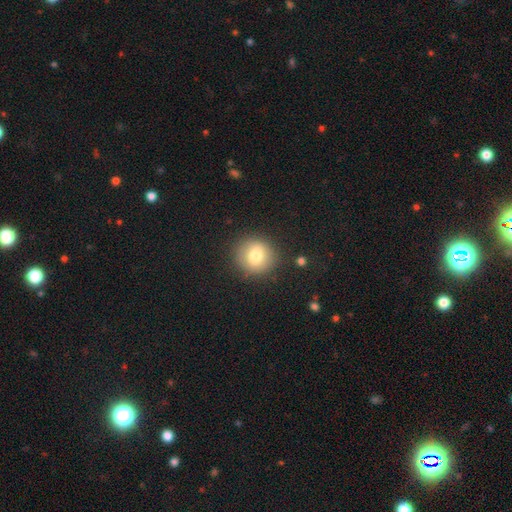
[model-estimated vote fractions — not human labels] Smooth or featured: smooth — 76% (featured or disk — 14%)
How rounded: round — 89% (in between — 10%)
Merging: none — 87% (minor disturbance — 9%)